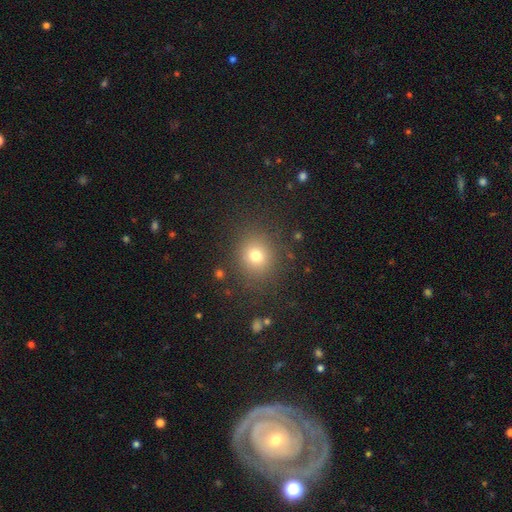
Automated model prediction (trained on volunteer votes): smooth-or-featured: smooth: 75% | star or artifact: 16% | featured or disk: 9%
  how-rounded: round: 77% | in between: 22% | cigar-shaped: 1%
  merging: none: 84% | minor disturbance: 9% | major disturbance: 5% | merger: 2%